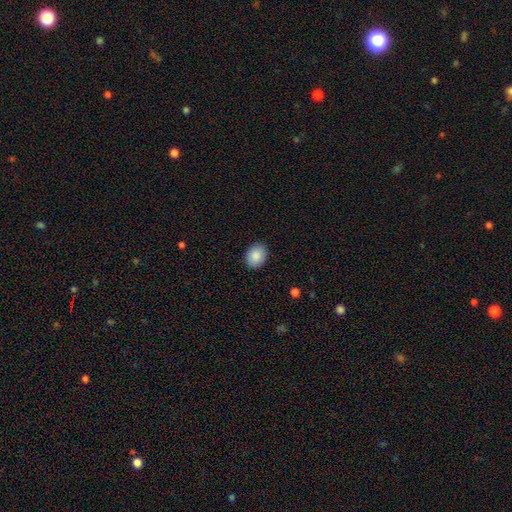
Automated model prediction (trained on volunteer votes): smooth 88%, star or artifact 7%, featured or disk 4%. Down the decision tree: how rounded — in between (59%); merging — none (89%).